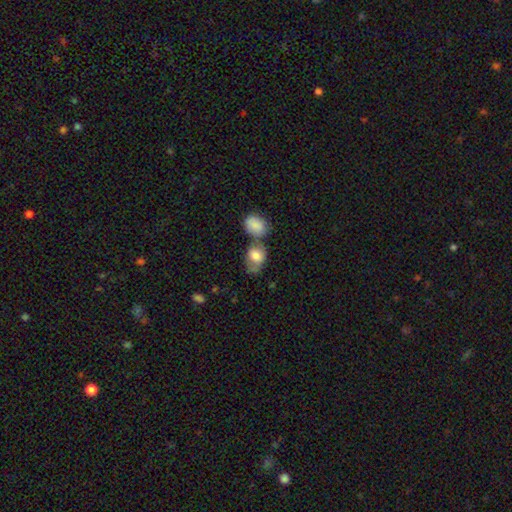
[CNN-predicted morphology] smooth-or-featured: smooth: 76% | featured or disk: 17% | star or artifact: 7%
  how-rounded: in between: 72% | round: 27% | cigar-shaped: 1%
  merging: merger: 41% | none: 33% | minor disturbance: 17% | major disturbance: 9%